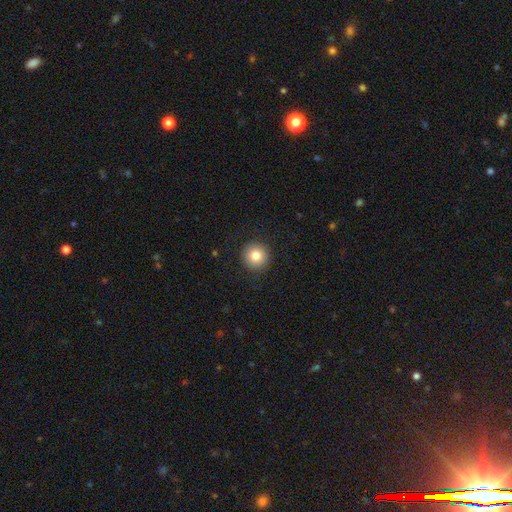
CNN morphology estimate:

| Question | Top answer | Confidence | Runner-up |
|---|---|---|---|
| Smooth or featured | smooth | 82% | star or artifact (10%) |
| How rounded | round | 95% | in between (4%) |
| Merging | none | 91% | minor disturbance (6%) |